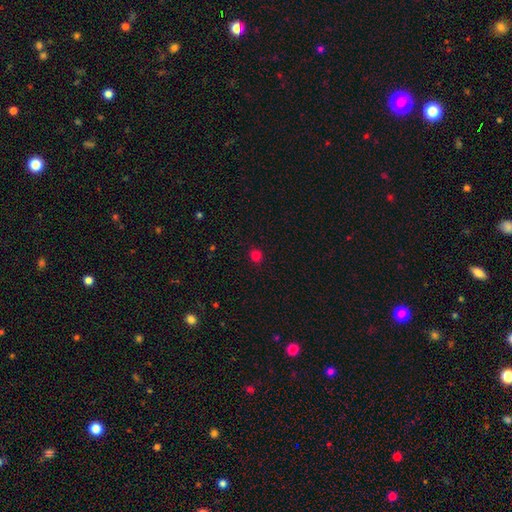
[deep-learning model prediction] Q: Smooth or featured?
A: smooth (79%); runner-up: star or artifact (18%)
Q: How rounded?
A: round (83%); runner-up: in between (16%)
Q: Merging?
A: none (90%); runner-up: minor disturbance (7%)